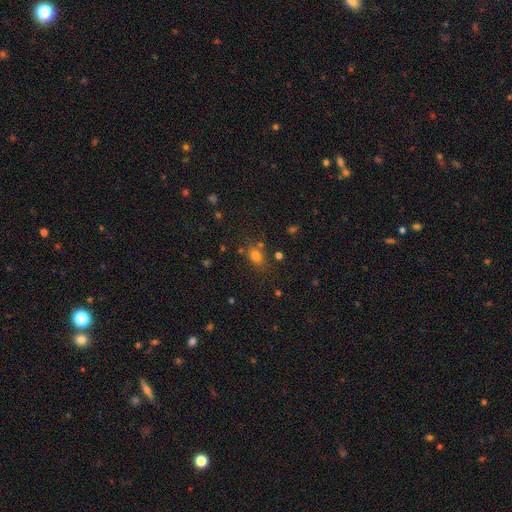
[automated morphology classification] The model was most divided on "how rounded": in between: 64%, round: 34%, cigar-shaped: 3%. More confident: smooth or featured — smooth (74%); merging — none (69%).